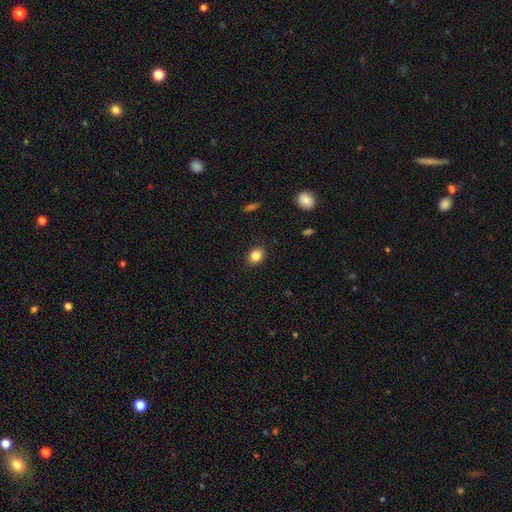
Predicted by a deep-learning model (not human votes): Morphology: type=smooth (85%); roundness=in between (55%); merging=none (89%).